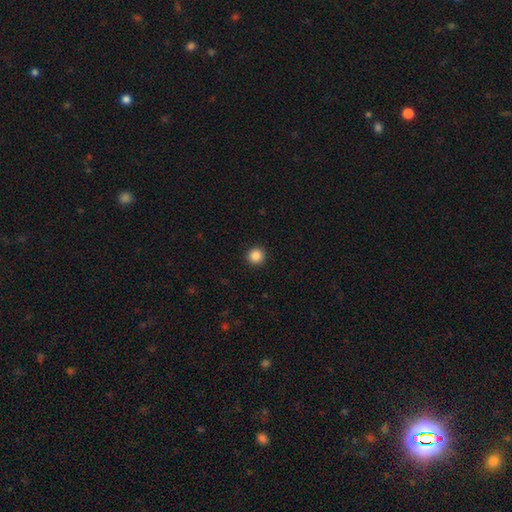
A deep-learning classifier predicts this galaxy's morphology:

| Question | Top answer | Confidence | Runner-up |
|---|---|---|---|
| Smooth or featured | smooth | 87% | star or artifact (10%) |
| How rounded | round | 95% | in between (5%) |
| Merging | none | 93% | minor disturbance (4%) |